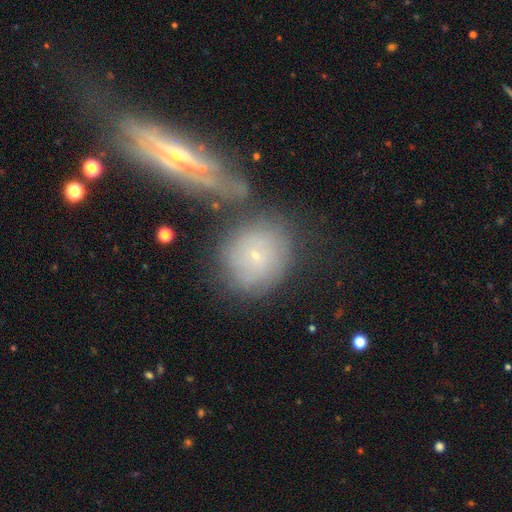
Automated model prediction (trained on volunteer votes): Smooth or featured: smooth — 50% (featured or disk — 37%)
How rounded: round — 76% (in between — 22%)
Merging: none — 56% (merger — 23%)